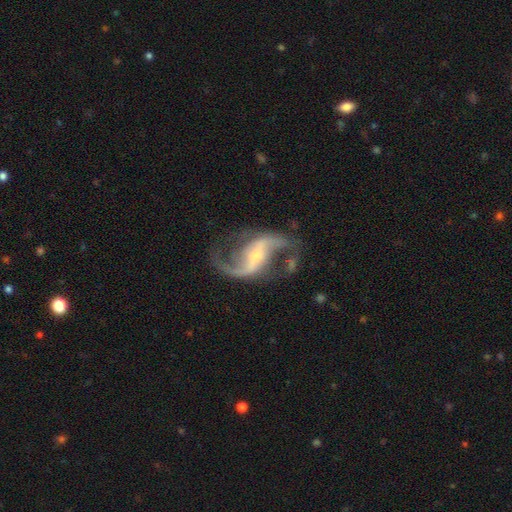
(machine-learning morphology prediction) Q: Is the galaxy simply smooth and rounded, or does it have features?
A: featured or disk — 92%.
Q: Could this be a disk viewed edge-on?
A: no — 97%.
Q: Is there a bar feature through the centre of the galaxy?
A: strong — 47%.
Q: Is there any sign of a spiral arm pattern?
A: yes — 97%.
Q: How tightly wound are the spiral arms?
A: loose — 67%.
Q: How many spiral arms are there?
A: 2 — 94%.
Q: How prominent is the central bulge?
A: small — 59%.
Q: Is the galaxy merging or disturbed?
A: none — 74%.